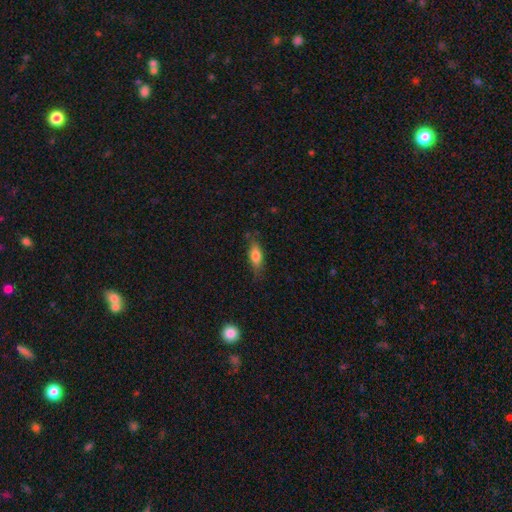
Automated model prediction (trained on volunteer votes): Smooth or featured? smooth (73%)
How rounded? in between (65%)
Merging? none (74%)